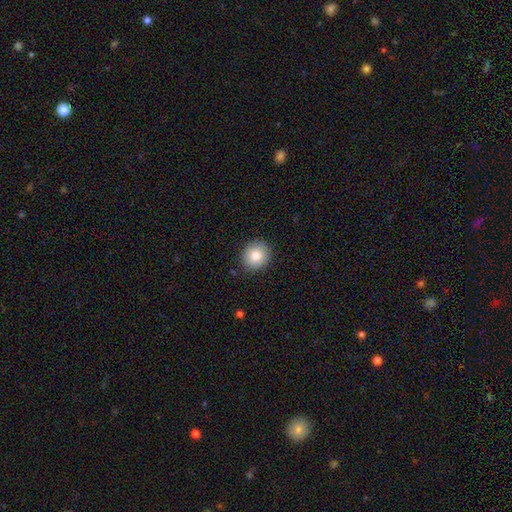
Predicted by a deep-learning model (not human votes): A smooth galaxy with no disk features (83%) that is round (86%).

Vote fractions:
- Smooth or featured? smooth: 83% / star or artifact: 9% / featured or disk: 8%
- How rounded? round: 86% / in between: 13% / cigar-shaped: 1%
- Merging? none: 89% / minor disturbance: 8% / major disturbance: 2% / merger: 1%